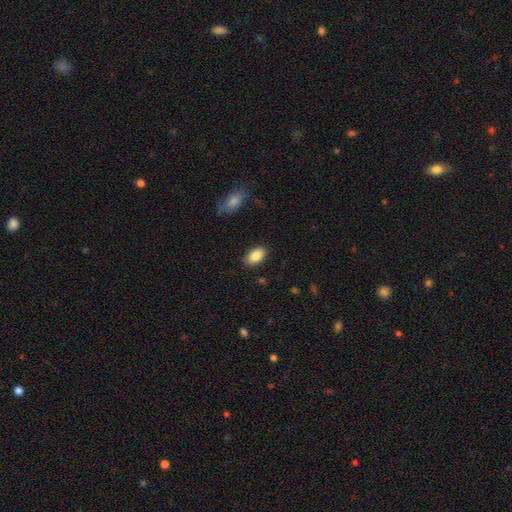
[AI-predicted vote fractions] A smooth galaxy with no disk features (86%) that is in between round and cigar-shaped (93%).

Vote fractions:
- Smooth or featured? smooth: 86% / star or artifact: 7% / featured or disk: 7%
- How rounded? in between: 93% / round: 6% / cigar-shaped: 2%
- Merging? none: 87% / minor disturbance: 10% / major disturbance: 2% / merger: 1%